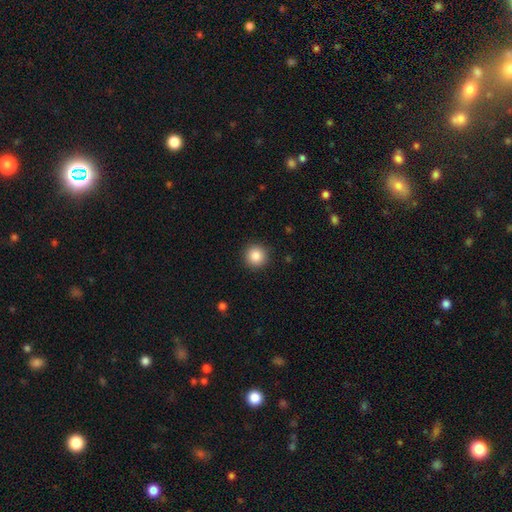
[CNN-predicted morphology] A smooth galaxy with no disk features (87%) that is round (95%). Merging: none (91%).